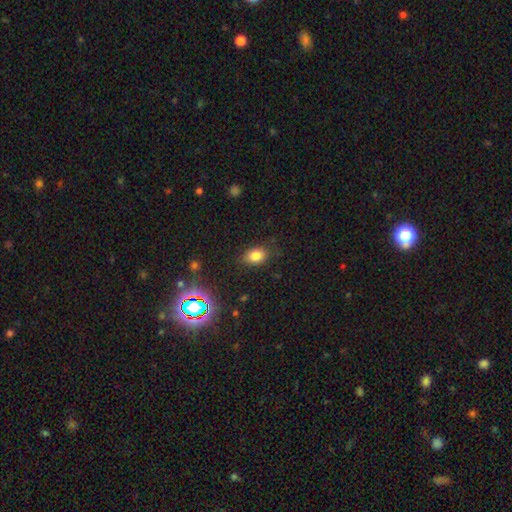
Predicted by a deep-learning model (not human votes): Q: Smooth or featured?
A: smooth (79%); runner-up: star or artifact (13%)
Q: How rounded?
A: in between (76%); runner-up: round (23%)
Q: Merging?
A: none (81%); runner-up: minor disturbance (13%)